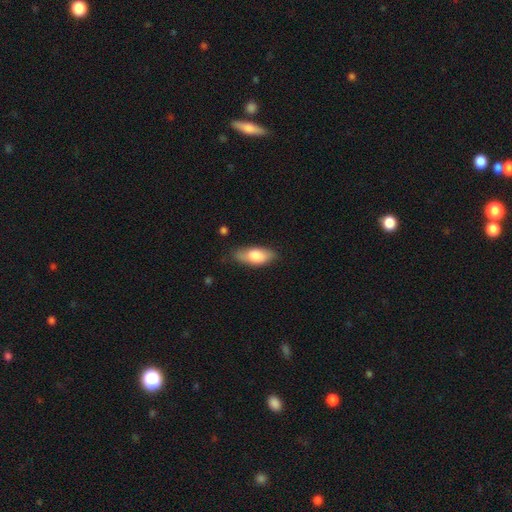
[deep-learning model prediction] Smooth or featured: smooth — 77% (featured or disk — 17%)
How rounded: in between — 83% (cigar-shaped — 14%)
Merging: none — 71% (minor disturbance — 23%)